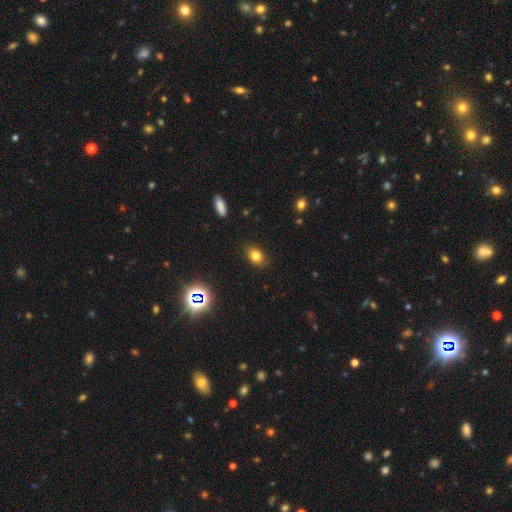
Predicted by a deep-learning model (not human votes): smooth 77%, star or artifact 14%, featured or disk 8%. Down the decision tree: how rounded — in between (70%); merging — none (85%).